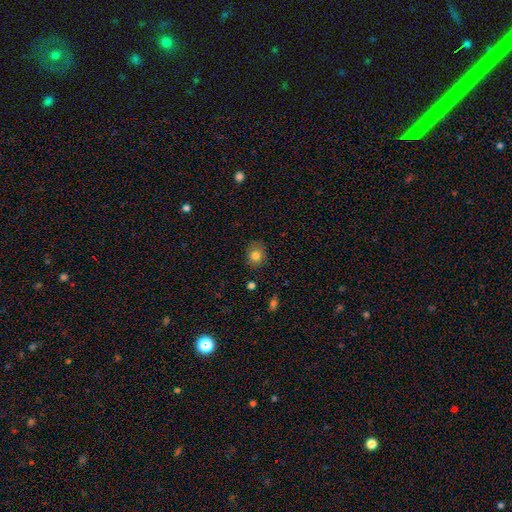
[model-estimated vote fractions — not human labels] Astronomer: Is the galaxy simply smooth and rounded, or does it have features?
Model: smooth — 82%.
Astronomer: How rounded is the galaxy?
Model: round — 68%.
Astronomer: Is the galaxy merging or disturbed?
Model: none — 82%.